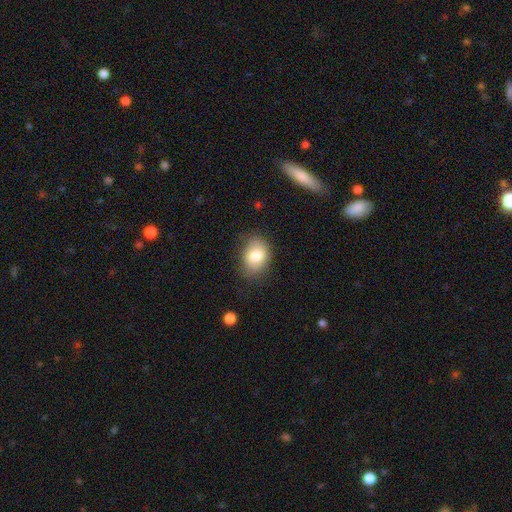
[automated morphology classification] A smooth galaxy with no disk features (81%) that is in between round and cigar-shaped (68%). Merging: none (72%).